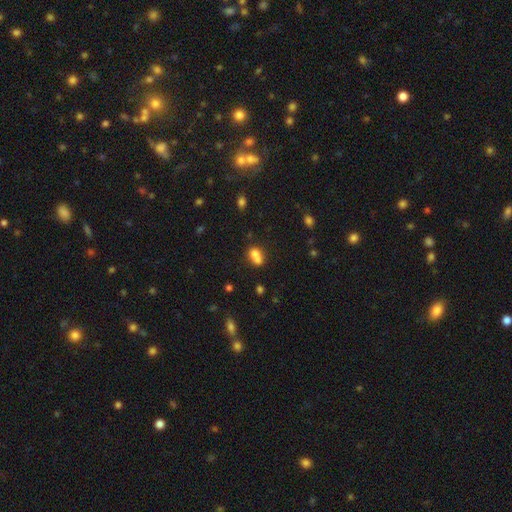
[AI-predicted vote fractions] Q: Smooth or featured?
A: smooth (71%); runner-up: featured or disk (17%)
Q: How rounded?
A: round (51%); runner-up: in between (47%)
Q: Merging?
A: merger (62%); runner-up: none (26%)